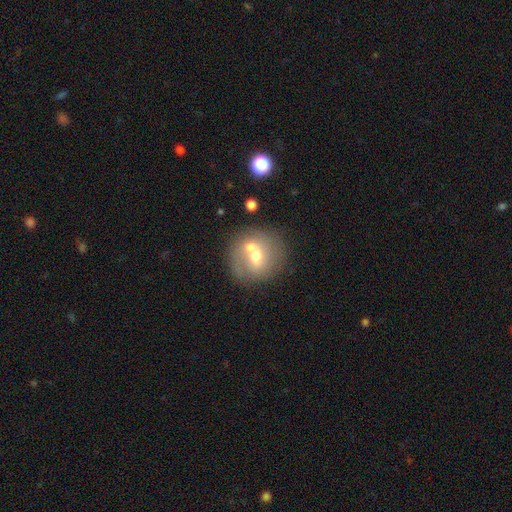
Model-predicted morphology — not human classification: Overall: smooth (50%; featured or disk 39%). How rounded: round (86%). Merging: none (52%; merger 30%).